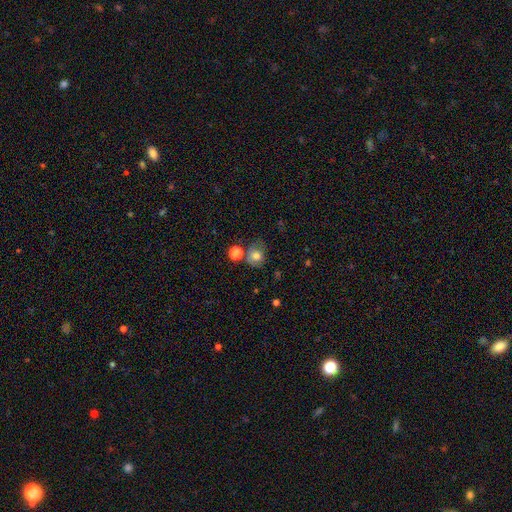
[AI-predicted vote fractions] Smooth or featured?
  - smooth: 76% *
  - featured or disk: 13%
  - star or artifact: 11%
How rounded?
  - round: 71% *
  - in between: 29%
  - cigar-shaped: 1%
Merging?
  - none: 57% *
  - minor disturbance: 21%
  - merger: 13%
  - major disturbance: 9%